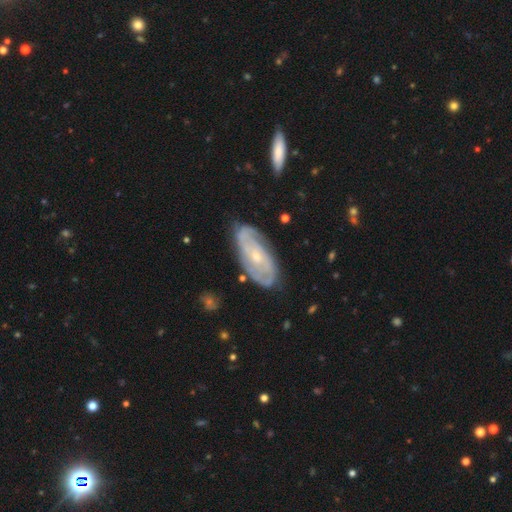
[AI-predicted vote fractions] A featured or disk galaxy (81%) with no bar (68%), 2 (39%) tight (64%) spiral arms (92%) and a small central bulge (69%).

Vote fractions:
- Smooth or featured? featured or disk: 81% / smooth: 13% / star or artifact: 5%
- Edge-on disk? no: 93% / yes: 7%
- Bar? no: 68% / weak: 25% / strong: 7%
- Spiral arms? yes: 92% / no: 8%
- Spiral winding? tight: 64% / medium: 28% / loose: 8%
- Spiral arm count? 2: 39% / can't tell: 33% / 3: 14% / 4: 6% / 1: 4% / more than 4: 4%
- Bulge size? small: 69% / moderate: 28% / none: 1% / large: 1% / dominant: 1%
- Merging? none: 78% / minor disturbance: 16% / major disturbance: 4% / merger: 2%